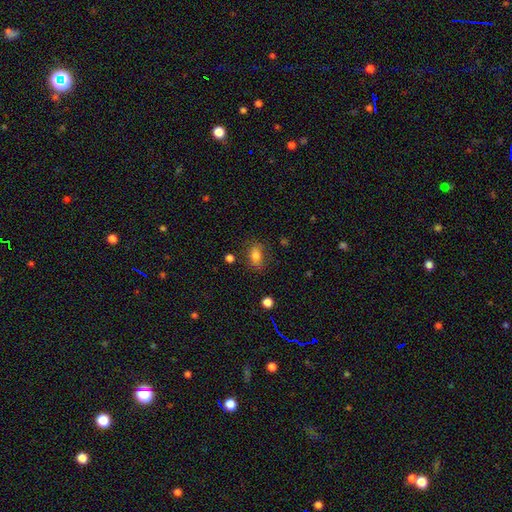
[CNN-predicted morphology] smooth_or_featured: smooth (p=0.79) [alt: featured or disk p=0.11]
how_rounded: in between (p=0.78) [alt: round p=0.19]
merging: none (p=0.74) [alt: minor disturbance p=0.17]